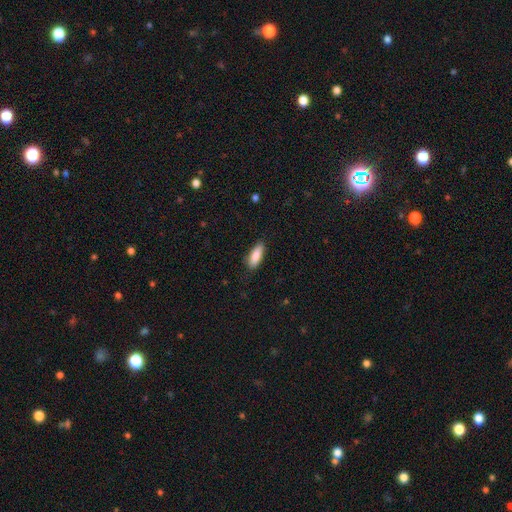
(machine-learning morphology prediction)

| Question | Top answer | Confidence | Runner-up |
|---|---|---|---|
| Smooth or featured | smooth | 86% | featured or disk (8%) |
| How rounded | in between | 63% | cigar-shaped (36%) |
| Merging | none | 83% | minor disturbance (14%) |